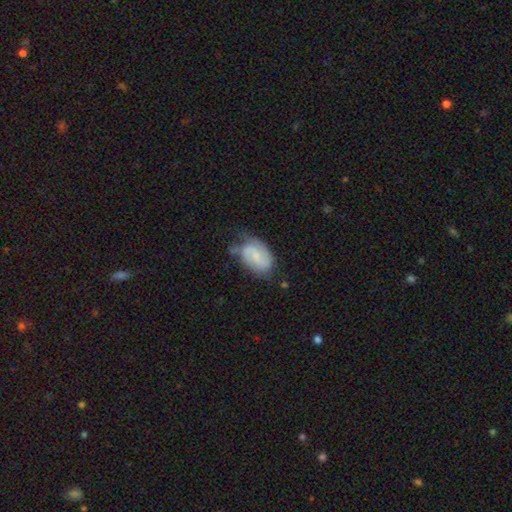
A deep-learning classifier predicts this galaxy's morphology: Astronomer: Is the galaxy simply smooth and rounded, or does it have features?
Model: featured or disk — 49% (runner-up: smooth, 44%).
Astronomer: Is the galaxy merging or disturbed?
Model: none — 44% (runner-up: minor disturbance, 35%).